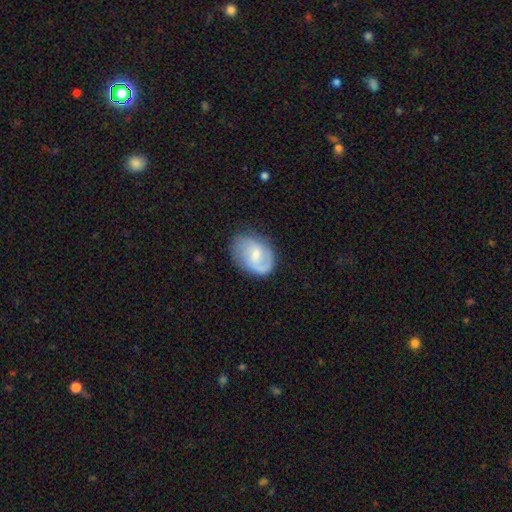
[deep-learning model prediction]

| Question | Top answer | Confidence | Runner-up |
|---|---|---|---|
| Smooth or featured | featured or disk | 66% | smooth (28%) |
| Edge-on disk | no | 97% | yes (3%) |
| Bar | weak | 56% | no (33%) |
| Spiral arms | yes | 89% | no (11%) |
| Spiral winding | medium | 45% | loose (30%) |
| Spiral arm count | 2 | 62% | 1 (17%) |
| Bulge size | small | 51% | moderate (39%) |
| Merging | none | 67% | minor disturbance (23%) |